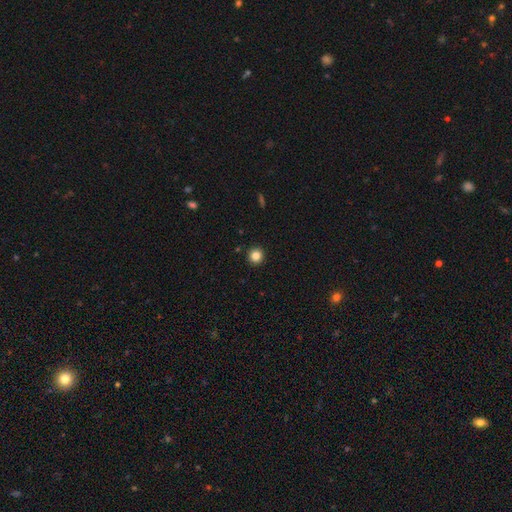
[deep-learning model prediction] A smooth galaxy with no disk features (83%) that is round (94%).

Vote fractions:
- Smooth or featured? smooth: 83% / star or artifact: 12% / featured or disk: 5%
- How rounded? round: 94% / in between: 5% / cigar-shaped: 1%
- Merging? none: 93% / minor disturbance: 4% / major disturbance: 1% / merger: 1%